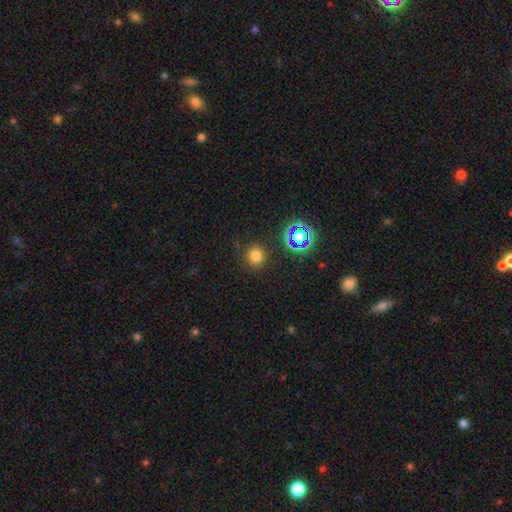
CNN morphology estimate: smooth 73%, star or artifact 21%, featured or disk 6%. Down the decision tree: how rounded — round (90%); merging — none (85%).